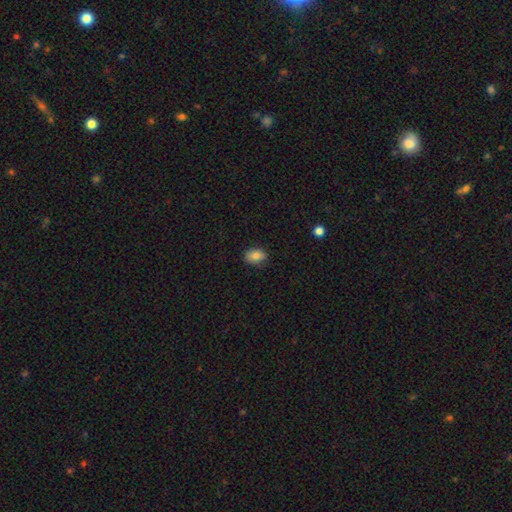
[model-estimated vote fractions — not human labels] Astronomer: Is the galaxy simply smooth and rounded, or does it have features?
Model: smooth — 83%.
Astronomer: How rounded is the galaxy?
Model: in between — 79%.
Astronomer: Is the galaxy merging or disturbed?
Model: none — 81%.